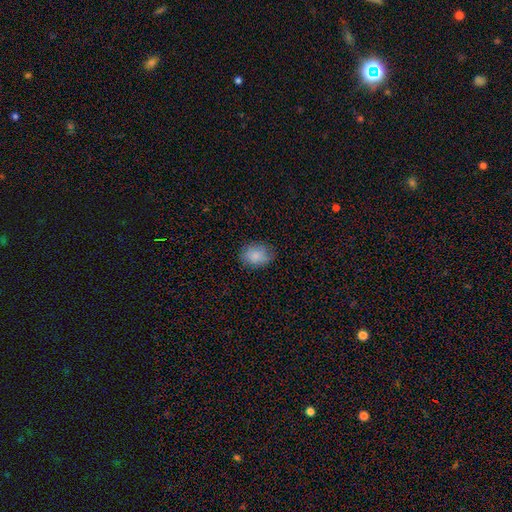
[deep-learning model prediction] smooth-or-featured: smooth: 85% | star or artifact: 8% | featured or disk: 8%
  how-rounded: in between: 66% | round: 33% | cigar-shaped: 1%
  merging: none: 78% | minor disturbance: 17% | major disturbance: 4% | merger: 1%